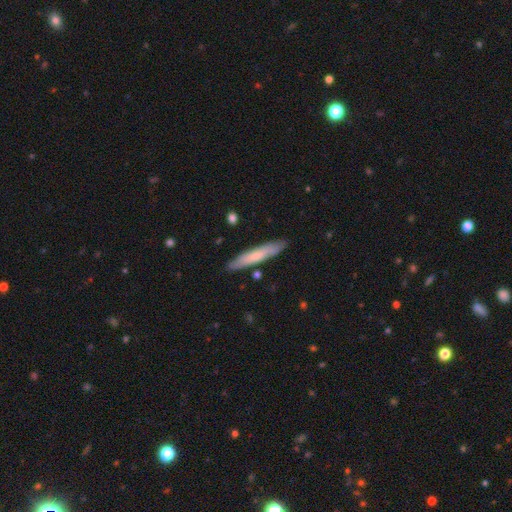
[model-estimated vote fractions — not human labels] A smooth galaxy with no disk features (66%) that is cigar-shaped (92%).

Vote fractions:
- Smooth or featured? smooth: 66% / featured or disk: 29% / star or artifact: 5%
- How rounded? cigar-shaped: 92% / in between: 7% / round: 1%
- Merging? none: 86% / minor disturbance: 10% / merger: 2% / major disturbance: 2%